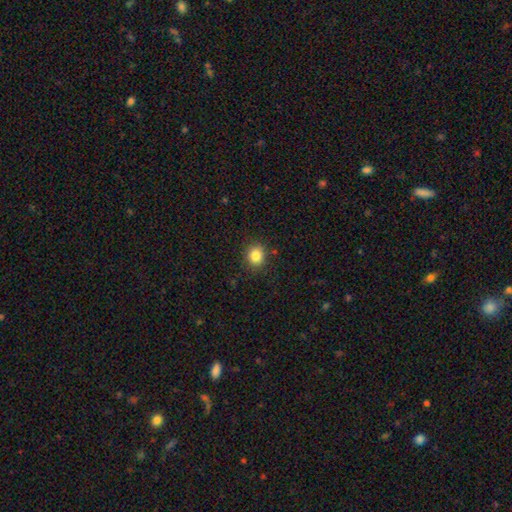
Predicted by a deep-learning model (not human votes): The model was most divided on "how rounded": round: 73%, in between: 26%, cigar-shaped: 1%. More confident: merging — none (87%); smooth or featured — smooth (84%).